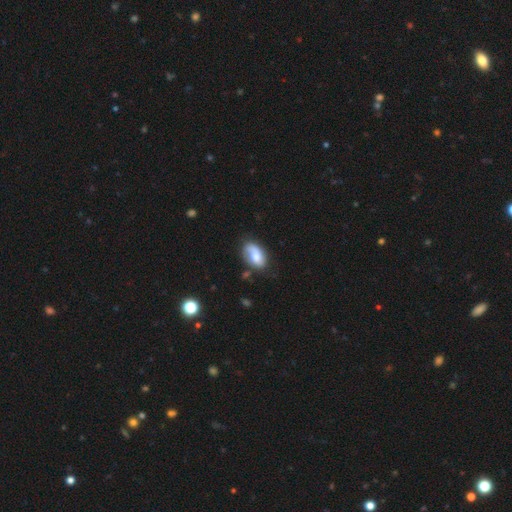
Smooth or featured? 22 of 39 (56%) said smooth. How rounded? 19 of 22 (86%) said in between. Merging? 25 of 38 (66%) said none.